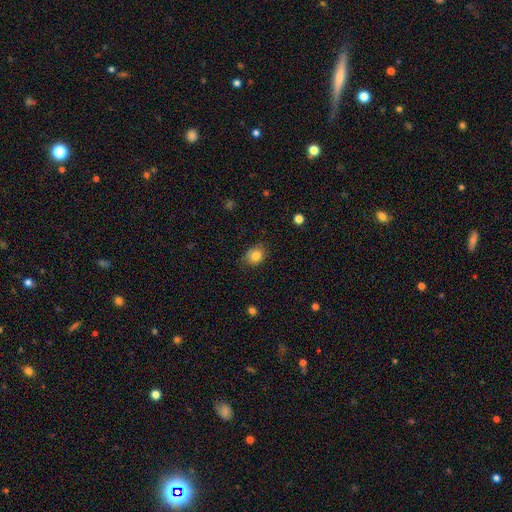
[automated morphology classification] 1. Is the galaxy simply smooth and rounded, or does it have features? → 81% smooth, 10% star or artifact, 8% featured or disk.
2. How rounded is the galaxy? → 55% round, 44% in between, 1% cigar-shaped.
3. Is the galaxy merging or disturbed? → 76% none, 19% minor disturbance, 3% major disturbance, 1% merger.